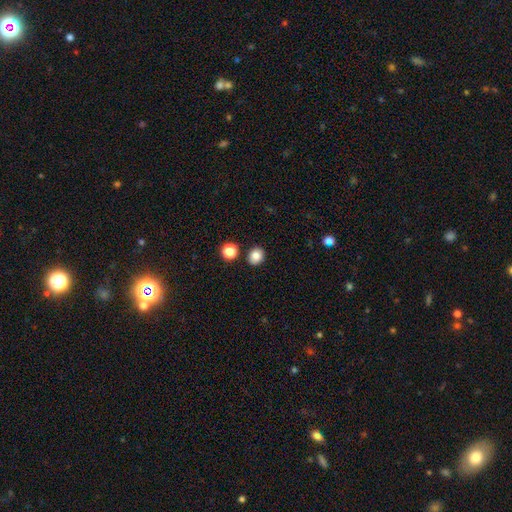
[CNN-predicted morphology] A smooth galaxy with no disk features (82%) that is round (69%). Merging: none (85%).